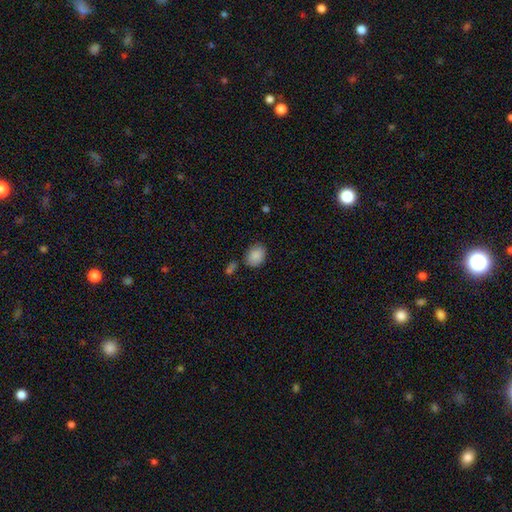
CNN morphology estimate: type=smooth (88%); roundness=in between (64%); merging=none (72%).